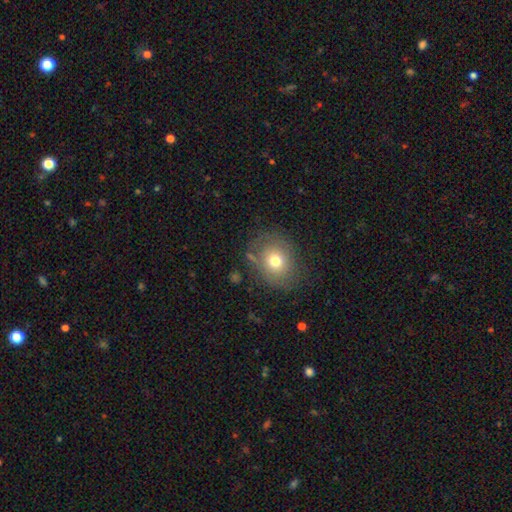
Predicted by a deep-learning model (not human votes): Smooth or featured? Predicted: smooth (p=0.58). How rounded? Predicted: round (p=0.67). Merging? Predicted: none (p=0.83).